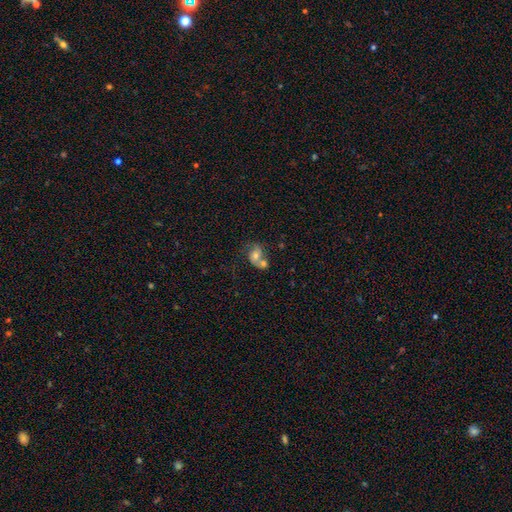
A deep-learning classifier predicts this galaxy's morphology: featured or disk 50%, smooth 39%, star or artifact 10%. Down the decision tree: edge-on disk — no (97%); merging — merger (48%).